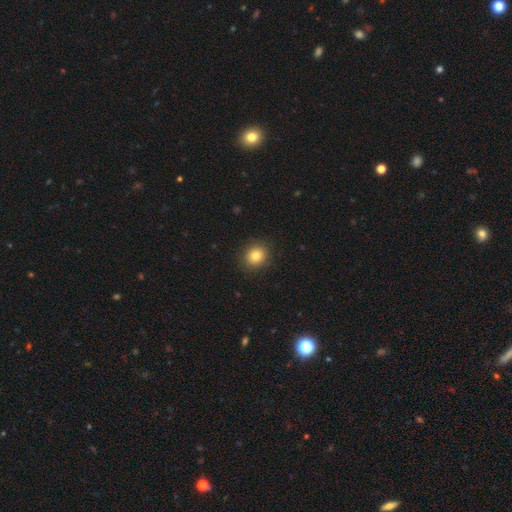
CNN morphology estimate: Q: Smooth or featured?
A: smooth (82%); runner-up: star or artifact (11%)
Q: How rounded?
A: round (82%); runner-up: in between (18%)
Q: Merging?
A: none (90%); runner-up: minor disturbance (7%)